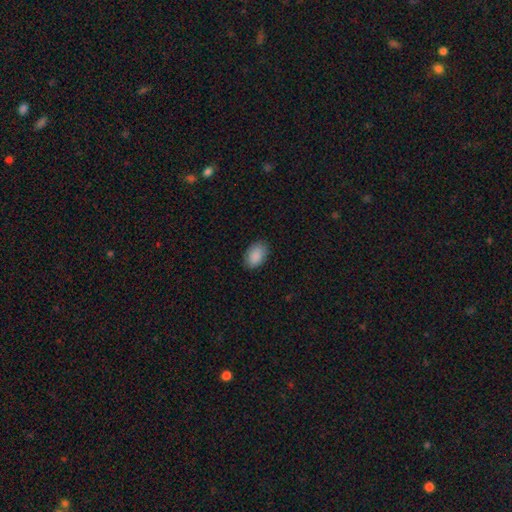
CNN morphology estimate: smooth 90%, star or artifact 6%, featured or disk 4%. Down the decision tree: how rounded — in between (89%); merging — none (85%).